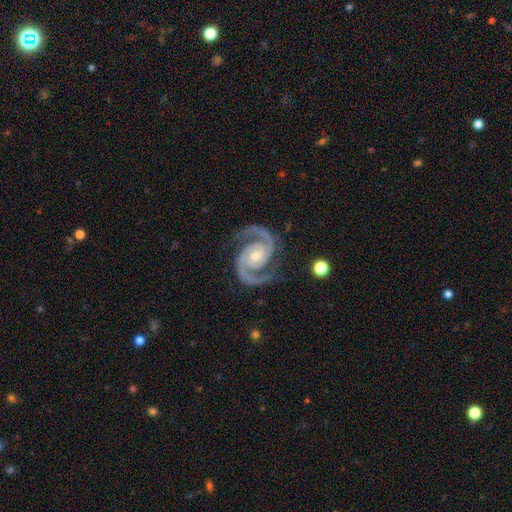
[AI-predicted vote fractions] smooth-or-featured: featured or disk: 94% | star or artifact: 4% | smooth: 2%
  disk-edge-on: no: 98% | yes: 2%
    bar: no: 60% | weak: 27% | strong: 13%
    has-spiral-arms: yes: 99% | no: 1%
      spiral-winding: medium: 55% | tight: 39% | loose: 7%
      spiral-arm-count: 2: 94% | 3: 2% | can't tell: 1% | 1: 1% | 4: 1% | more than 4: 1%
    bulge-size: moderate: 52% | small: 42% | large: 3% | none: 2% | dominant: 1%
  merging: none: 84% | minor disturbance: 11% | major disturbance: 4% | merger: 1%